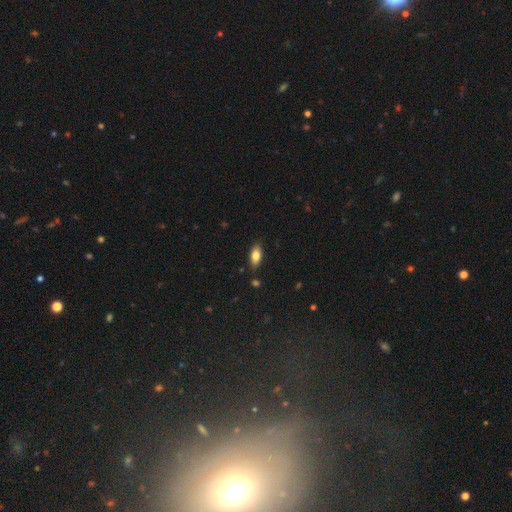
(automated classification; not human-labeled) This appears to be a smooth galaxy with no disk features (79%) that is in between round and cigar-shaped (87%). Merging: none (85%).